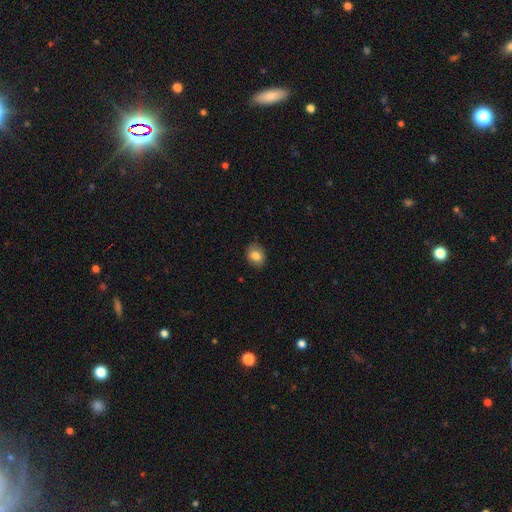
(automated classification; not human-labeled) The model was most divided on "how rounded": round: 53%, in between: 46%, cigar-shaped: 1%. More confident: merging — none (84%); smooth or featured — smooth (82%).